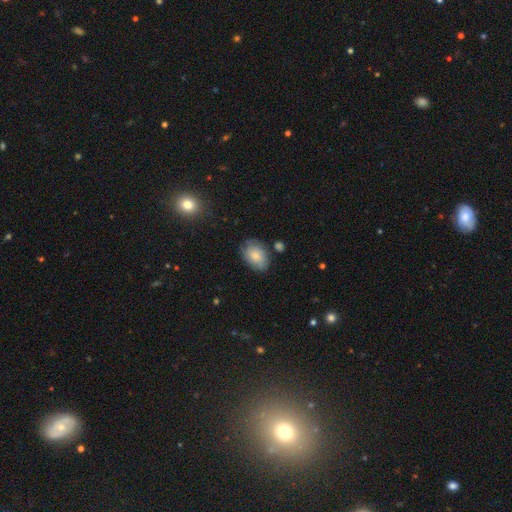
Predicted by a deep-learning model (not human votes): A smooth galaxy with no disk features (75%) that is in between round and cigar-shaped (80%).

Vote fractions:
- Smooth or featured? smooth: 75% / featured or disk: 17% / star or artifact: 7%
- How rounded? in between: 80% / round: 19% / cigar-shaped: 1%
- Merging? none: 72% / minor disturbance: 19% / major disturbance: 5% / merger: 3%